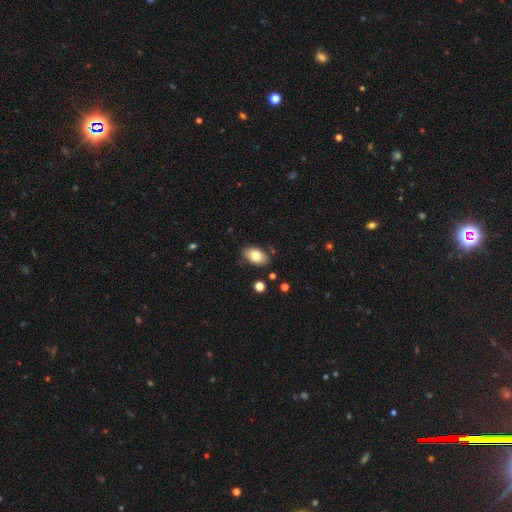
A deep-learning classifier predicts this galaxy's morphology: This appears to be a smooth galaxy with no disk features (79%) that is in between round and cigar-shaped (91%). Merging: none (81%).